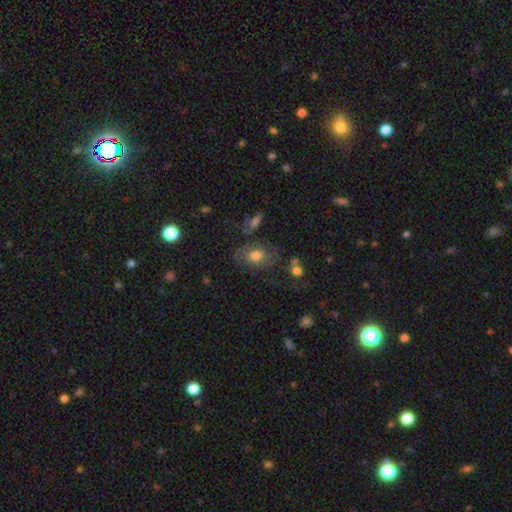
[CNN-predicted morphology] Smooth or featured? featured or disk (56%)
Edge-on disk? no (95%)
Bar? no (73%)
Spiral arms? yes (77%)
Bulge size? moderate (59%)
Merging? none (62%)